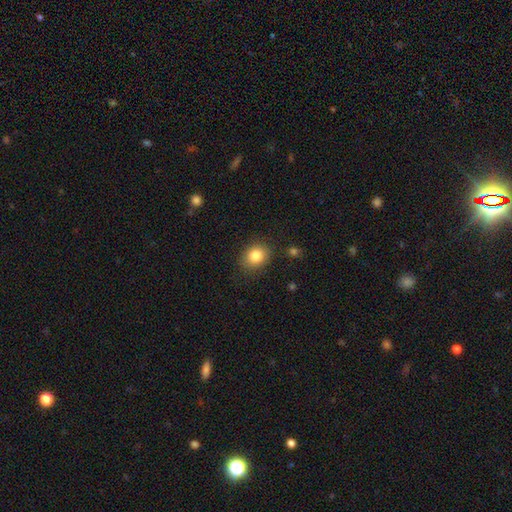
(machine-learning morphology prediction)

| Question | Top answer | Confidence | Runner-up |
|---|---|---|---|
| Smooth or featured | smooth | 84% | star or artifact (10%) |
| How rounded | round | 56% | in between (43%) |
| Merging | none | 84% | minor disturbance (11%) |